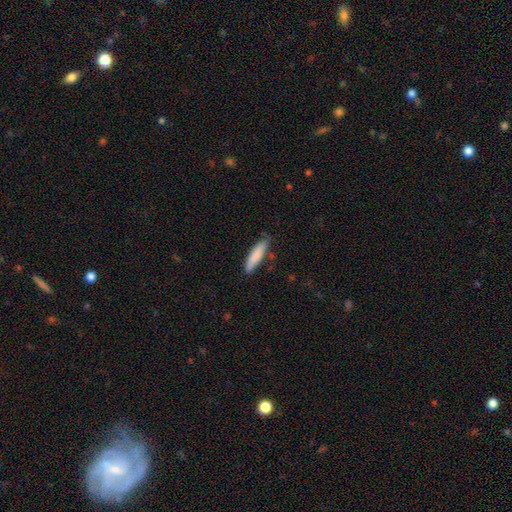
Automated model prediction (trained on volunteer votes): Smooth or featured?
  - smooth: 83% *
  - featured or disk: 11%
  - star or artifact: 6%
How rounded?
  - cigar-shaped: 74% *
  - in between: 25%
  - round: 1%
Merging?
  - none: 73% *
  - minor disturbance: 21%
  - major disturbance: 3%
  - merger: 2%